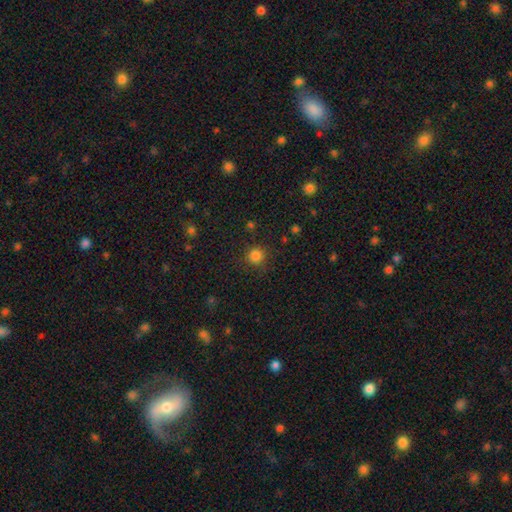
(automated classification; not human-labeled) Smooth or featured?
  - smooth: 83% *
  - star or artifact: 13%
  - featured or disk: 4%
How rounded?
  - round: 93% *
  - in between: 7%
  - cigar-shaped: 1%
Merging?
  - none: 85% *
  - minor disturbance: 9%
  - major disturbance: 4%
  - merger: 2%